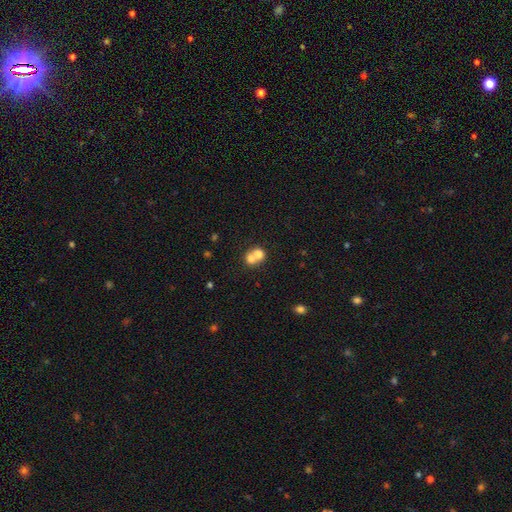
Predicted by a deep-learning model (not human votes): This is likely a smooth galaxy (69%). How rounded: likely round (68%). Merging: likely merger (71%).